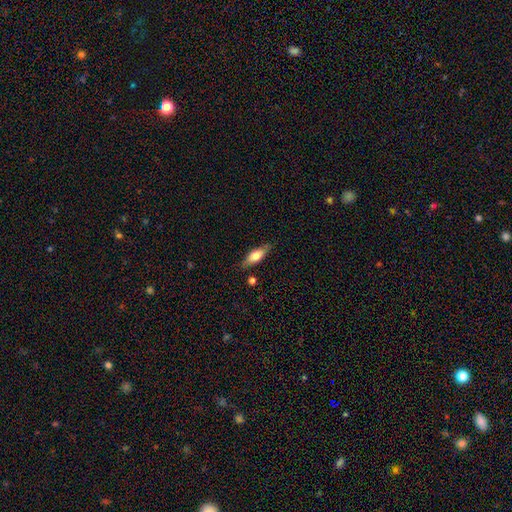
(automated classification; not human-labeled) smooth_or_featured: smooth (p=0.57) [alt: featured or disk p=0.36]
how_rounded: in between (p=0.61) [alt: cigar-shaped p=0.36]
merging: none (p=0.79) [alt: minor disturbance p=0.15]